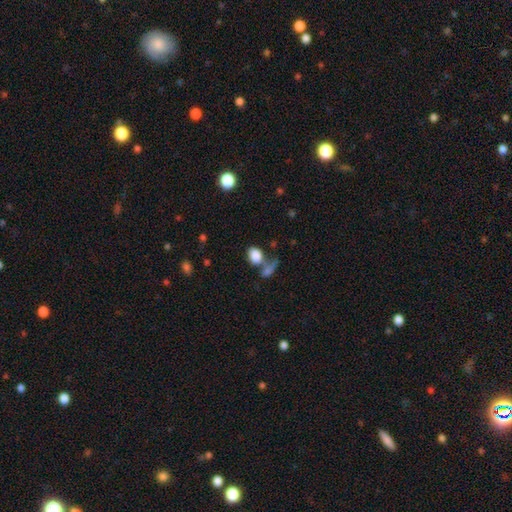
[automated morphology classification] Smooth or featured?
  - smooth: 82% *
  - star or artifact: 9%
  - featured or disk: 9%
How rounded?
  - in between: 74% *
  - round: 24%
  - cigar-shaped: 2%
Merging?
  - merger: 41% *
  - none: 36%
  - minor disturbance: 12%
  - major disturbance: 11%